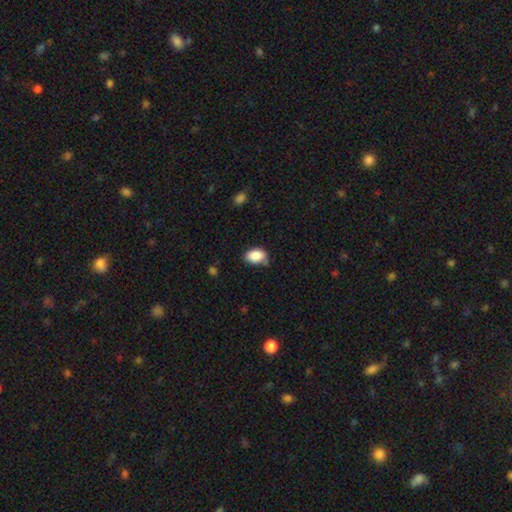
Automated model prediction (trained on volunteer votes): A smooth galaxy with no disk features (86%) that is in between round and cigar-shaped (86%).

Vote fractions:
- Smooth or featured? smooth: 86% / star or artifact: 8% / featured or disk: 6%
- How rounded? in between: 86% / round: 12% / cigar-shaped: 1%
- Merging? none: 61% / minor disturbance: 29% / major disturbance: 6% / merger: 3%